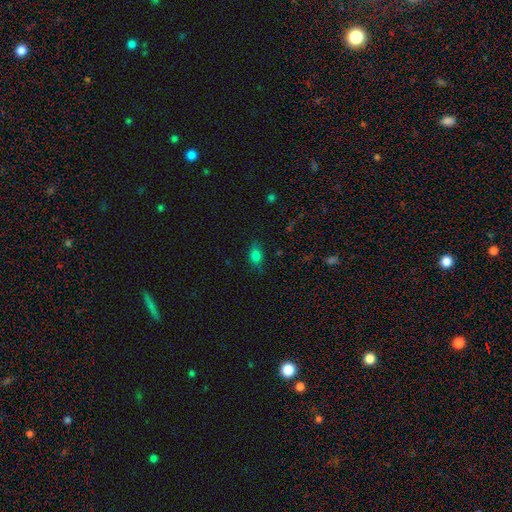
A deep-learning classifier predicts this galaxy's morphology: type=smooth (78%); roundness=in between (79%); merging=none (73%).